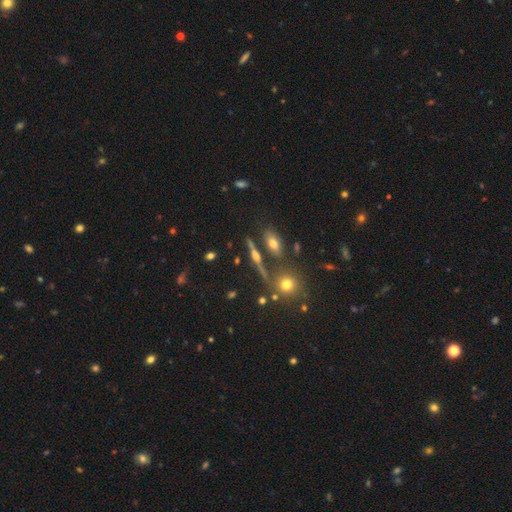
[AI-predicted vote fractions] The model was most divided on "smooth or featured": featured or disk: 54%, smooth: 31%, star or artifact: 15%. More confident: edge-on disk — yes (89%); merging — none (73%).